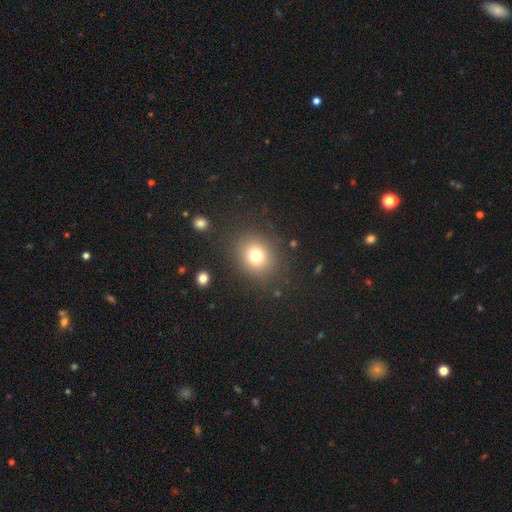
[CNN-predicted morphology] A smooth galaxy with no disk features (75%) that is round (72%). Merging: none (85%).